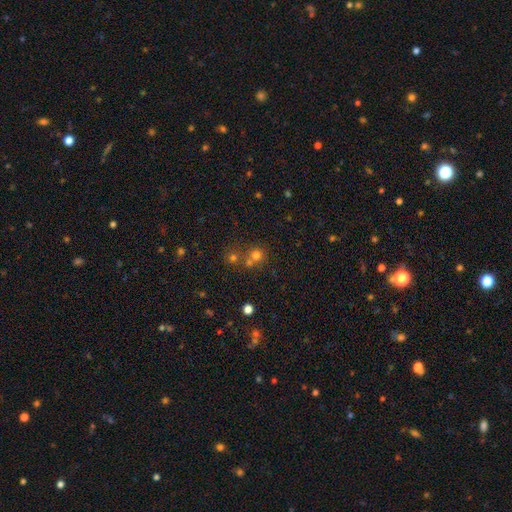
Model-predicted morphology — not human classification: smooth 68%, star or artifact 21%, featured or disk 11%. Down the decision tree: how rounded — round (85%); merging — none (51%).